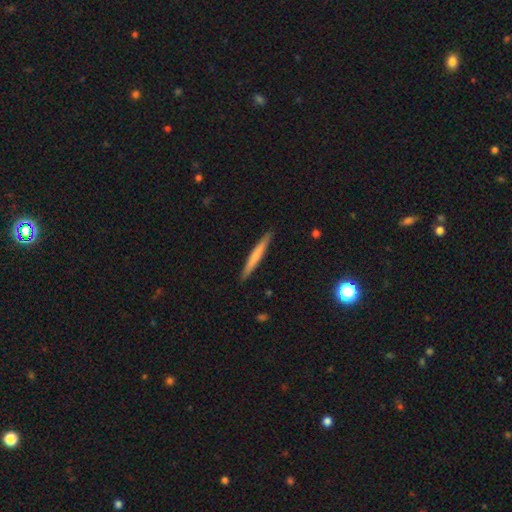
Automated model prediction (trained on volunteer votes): Overall: smooth (62%; featured or disk 32%). How rounded: cigar-shaped (96%). Merging: none (91%).